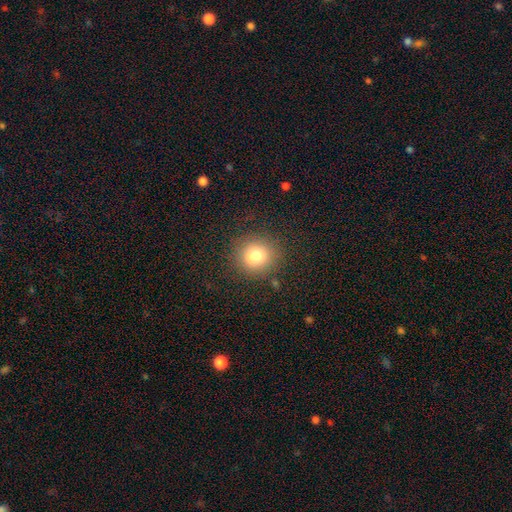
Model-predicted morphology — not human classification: A smooth galaxy with no disk features (78%) that is round (86%).

Vote fractions:
- Smooth or featured? smooth: 78% / star or artifact: 12% / featured or disk: 10%
- How rounded? round: 86% / in between: 13% / cigar-shaped: 1%
- Merging? none: 82% / minor disturbance: 11% / major disturbance: 4% / merger: 3%